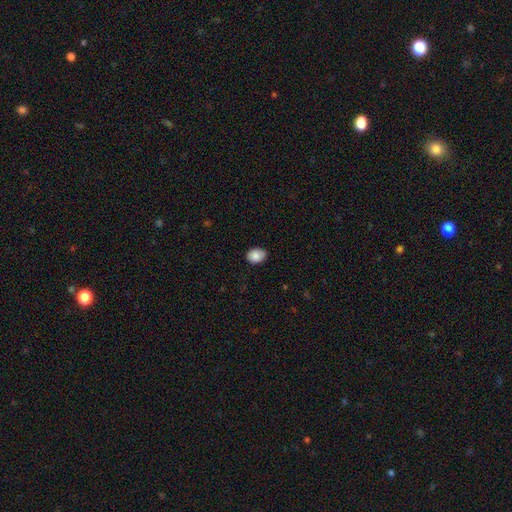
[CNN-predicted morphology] Smooth or featured? Predicted: smooth (p=0.88). How rounded? Predicted: in between (p=0.64). Merging? Predicted: none (p=0.83).